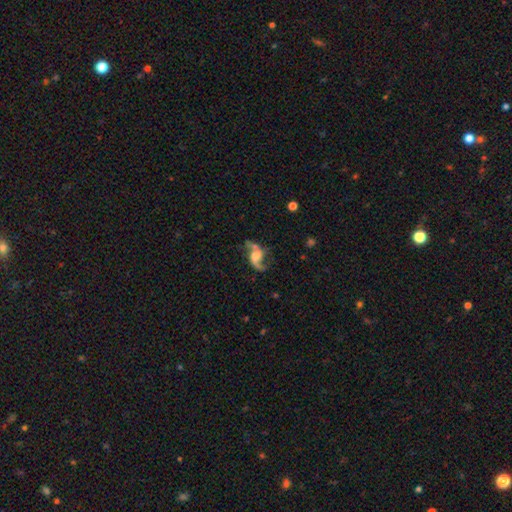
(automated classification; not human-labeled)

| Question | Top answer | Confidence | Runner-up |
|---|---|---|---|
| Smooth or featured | featured or disk | 83% | smooth (10%) |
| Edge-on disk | no | 97% | yes (3%) |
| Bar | no | 54% | weak (35%) |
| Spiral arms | yes | 93% | no (7%) |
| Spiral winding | loose | 75% | medium (21%) |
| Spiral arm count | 2 | 88% | 1 (6%) |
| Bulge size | moderate | 33% | large (24%) |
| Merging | none | 56% | major disturbance (18%) |